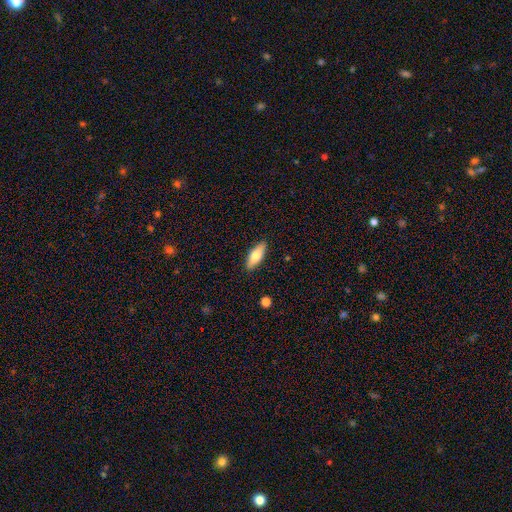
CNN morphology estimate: Smooth or featured?
  - smooth: 76% *
  - featured or disk: 18%
  - star or artifact: 6%
How rounded?
  - in between: 69% *
  - cigar-shaped: 29%
  - round: 2%
Merging?
  - none: 88% *
  - minor disturbance: 9%
  - major disturbance: 2%
  - merger: 1%